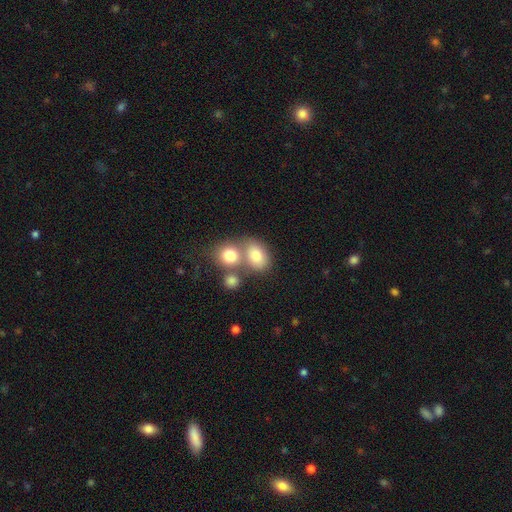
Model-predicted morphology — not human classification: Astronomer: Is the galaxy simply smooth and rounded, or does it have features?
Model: smooth — 78%.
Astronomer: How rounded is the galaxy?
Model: in between — 63%.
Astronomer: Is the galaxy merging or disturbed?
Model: none — 43%, tied with merger at 43%.